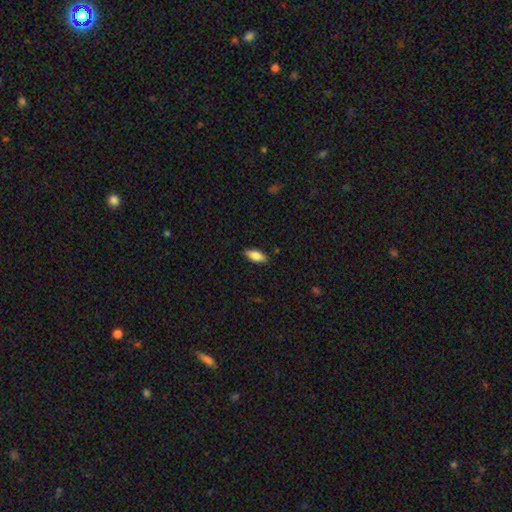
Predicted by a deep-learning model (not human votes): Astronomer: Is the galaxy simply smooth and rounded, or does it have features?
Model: smooth — 80%.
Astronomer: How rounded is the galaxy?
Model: in between — 80%.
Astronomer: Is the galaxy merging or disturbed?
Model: none — 85%.